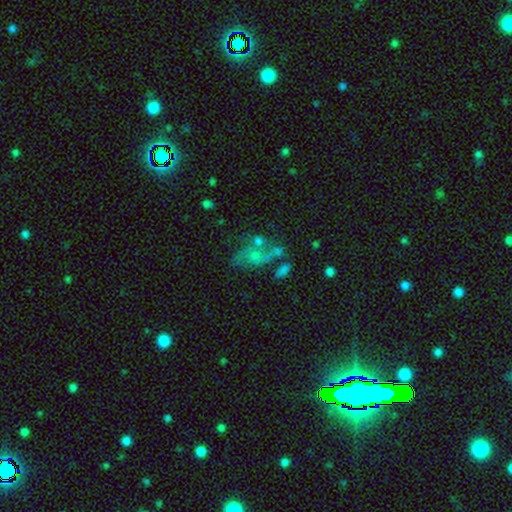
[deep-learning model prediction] Smooth or featured? featured or disk (48%)
Merging? none (35%)